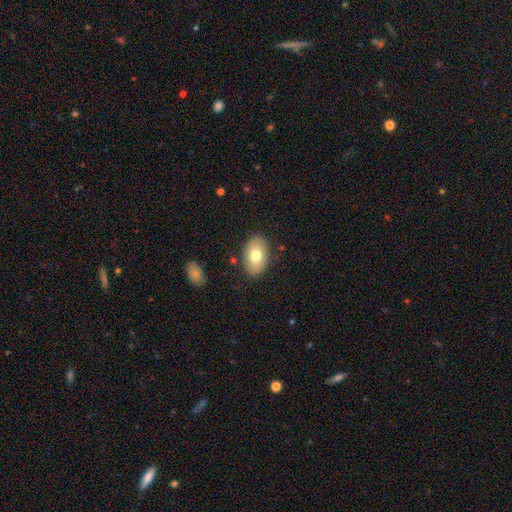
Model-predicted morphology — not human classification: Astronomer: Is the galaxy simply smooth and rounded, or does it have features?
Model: smooth — 73%.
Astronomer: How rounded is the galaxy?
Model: in between — 90%.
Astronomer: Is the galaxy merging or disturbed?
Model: none — 85%.